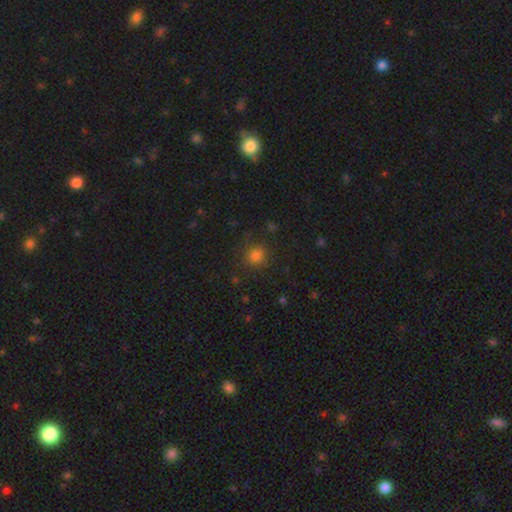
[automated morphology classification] Overall: smooth (79%). How rounded: round (86%). Merging: none (83%).